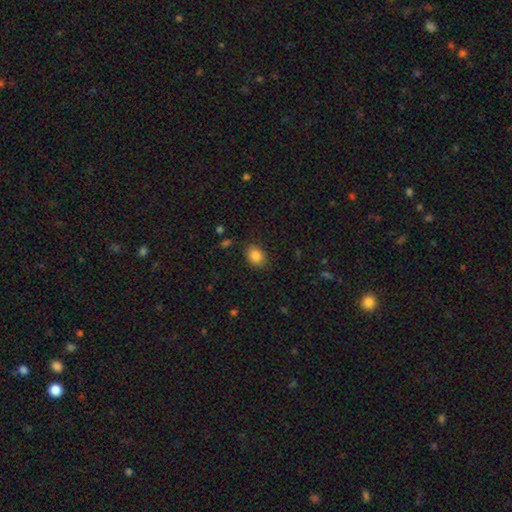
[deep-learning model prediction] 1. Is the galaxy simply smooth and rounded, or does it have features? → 85% smooth, 9% star or artifact, 6% featured or disk.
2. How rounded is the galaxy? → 63% in between, 36% round, 1% cigar-shaped.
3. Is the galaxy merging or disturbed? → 86% none, 10% minor disturbance, 3% major disturbance, 1% merger.